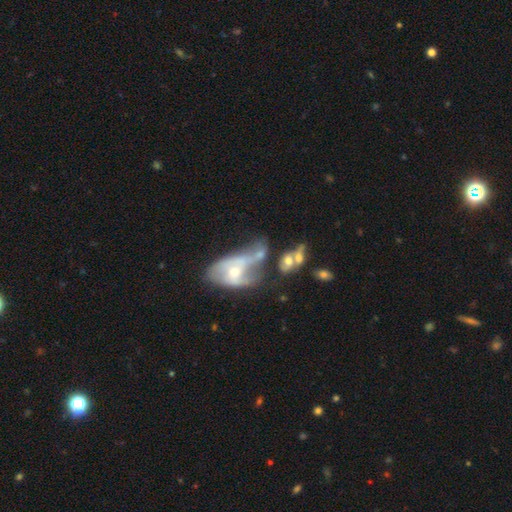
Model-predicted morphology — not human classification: Q: Smooth or featured?
A: featured or disk (60%); runner-up: smooth (30%)
Q: Edge-on disk?
A: no (92%); runner-up: yes (8%)
Q: Bar?
A: no (67%); runner-up: weak (26%)
Q: Spiral arms?
A: yes (58%); runner-up: no (42%)
Q: Bulge size?
A: moderate (48%); runner-up: small (43%)
Q: Merging?
A: merger (47%); runner-up: major disturbance (23%)